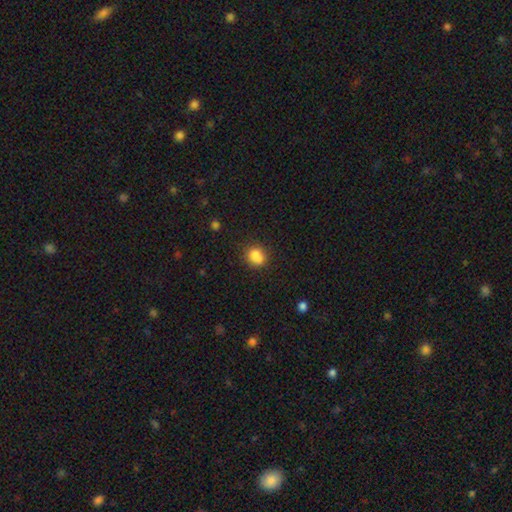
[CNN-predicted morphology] Smooth or featured?
  - smooth: 82% *
  - star or artifact: 10%
  - featured or disk: 7%
How rounded?
  - round: 64% *
  - in between: 34%
  - cigar-shaped: 1%
Merging?
  - none: 63% *
  - minor disturbance: 18%
  - merger: 14%
  - major disturbance: 5%